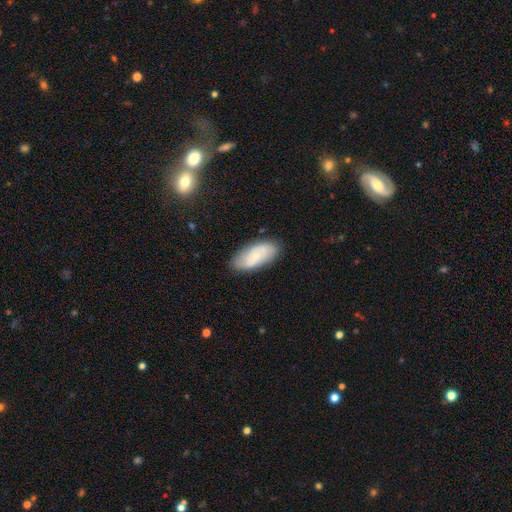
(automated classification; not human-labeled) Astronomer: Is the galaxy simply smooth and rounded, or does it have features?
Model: smooth — 47% (runner-up: featured or disk, 46%).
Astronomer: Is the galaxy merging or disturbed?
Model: none — 82%.